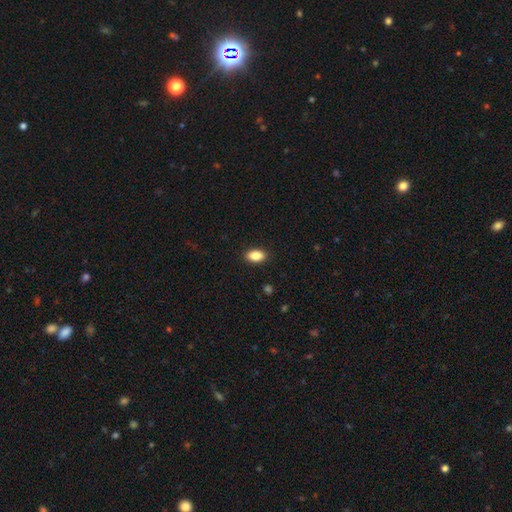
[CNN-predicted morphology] Q: Smooth or featured?
A: smooth (87%); runner-up: star or artifact (8%)
Q: How rounded?
A: in between (91%); runner-up: round (7%)
Q: Merging?
A: none (90%); runner-up: minor disturbance (8%)